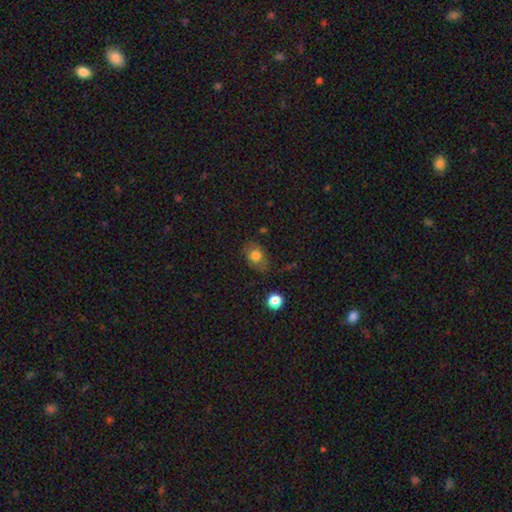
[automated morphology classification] type=smooth (75%); roundness=in between (69%); merging=none (70%).